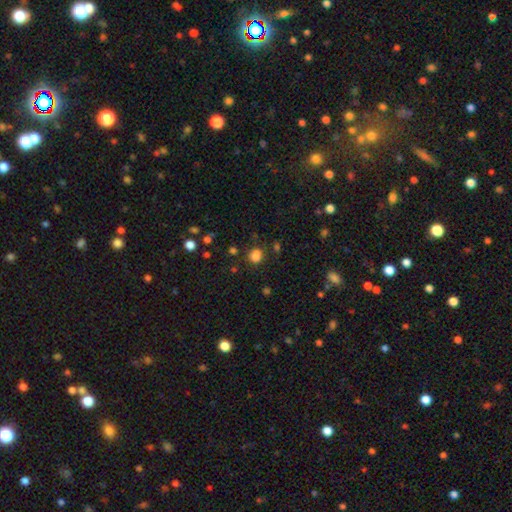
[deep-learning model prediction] Smooth or featured?
  - smooth: 81% *
  - star or artifact: 15%
  - featured or disk: 4%
How rounded?
  - round: 72% *
  - in between: 27%
  - cigar-shaped: 1%
Merging?
  - none: 83% *
  - minor disturbance: 10%
  - major disturbance: 4%
  - merger: 3%